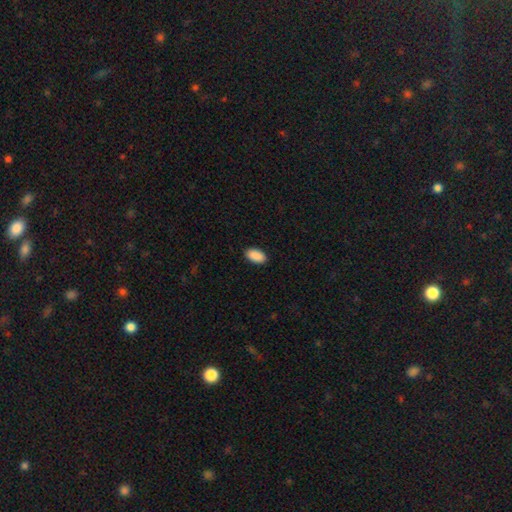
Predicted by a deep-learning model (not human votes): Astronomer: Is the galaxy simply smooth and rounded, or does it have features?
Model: smooth — 91%.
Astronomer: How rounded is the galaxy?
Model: in between — 95%.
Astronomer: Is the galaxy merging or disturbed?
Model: none — 90%.